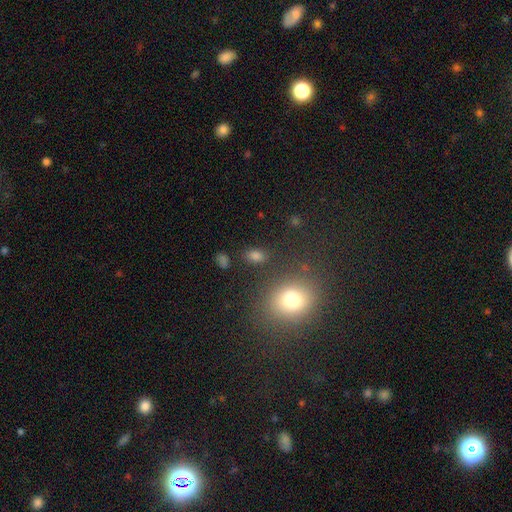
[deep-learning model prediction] Q: Smooth or featured?
A: smooth (76%); runner-up: star or artifact (17%)
Q: How rounded?
A: in between (76%); runner-up: round (20%)
Q: Merging?
A: none (80%); runner-up: minor disturbance (10%)